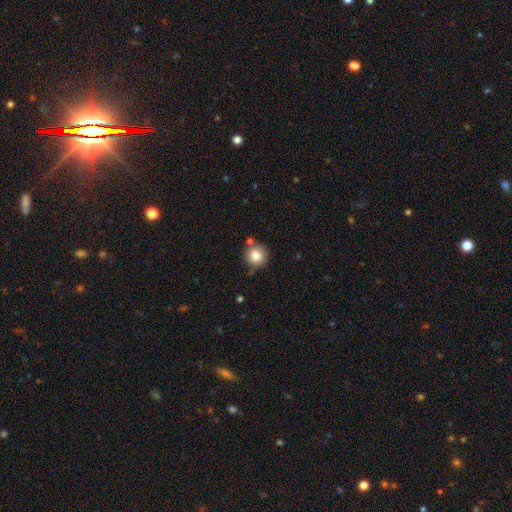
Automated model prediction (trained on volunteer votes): A smooth galaxy with no disk features (84%) that is round (92%).

Vote fractions:
- Smooth or featured? smooth: 84% / star or artifact: 10% / featured or disk: 7%
- How rounded? round: 92% / in between: 7% / cigar-shaped: 1%
- Merging? none: 76% / minor disturbance: 12% / merger: 9% / major disturbance: 3%